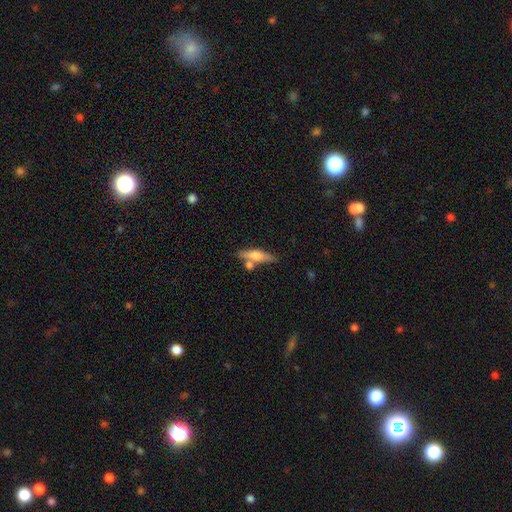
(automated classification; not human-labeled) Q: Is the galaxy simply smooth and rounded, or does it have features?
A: smooth — 52%.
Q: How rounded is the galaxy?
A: cigar-shaped — 73%.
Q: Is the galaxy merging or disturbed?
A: none — 67%.